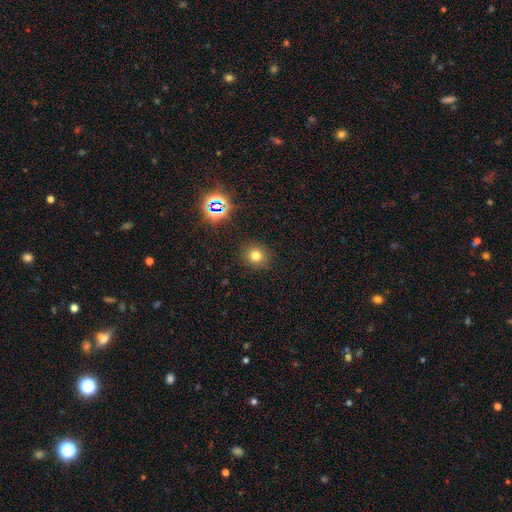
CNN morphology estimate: The model was most divided on "smooth or featured": smooth: 74%, star or artifact: 19%, featured or disk: 7%. More confident: merging — none (88%); how rounded — round (86%).